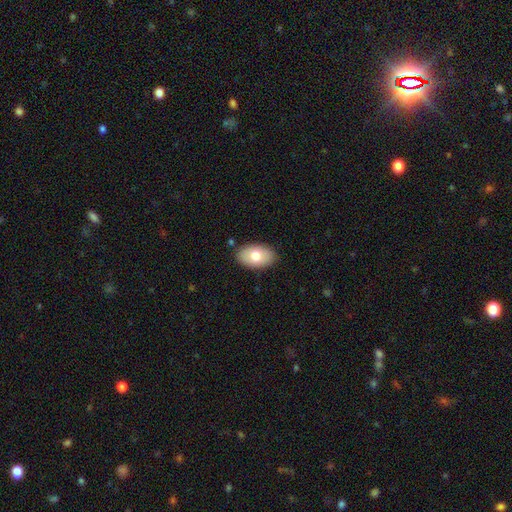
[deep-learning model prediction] Morphology: type=smooth (75%); roundness=in between (92%); merging=none (87%).